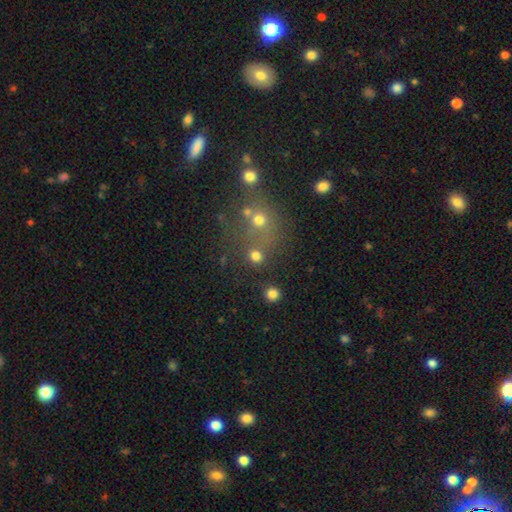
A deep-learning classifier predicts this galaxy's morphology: Smooth or featured: smooth — 75% (star or artifact — 17%)
How rounded: round — 88% (in between — 11%)
Merging: none — 71% (merger — 17%)